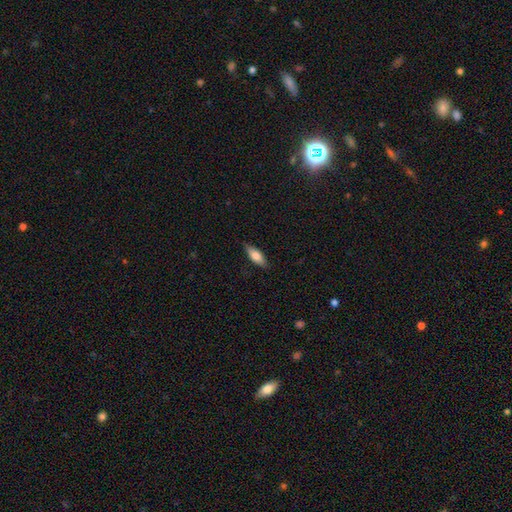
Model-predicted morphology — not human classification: This appears to be a smooth galaxy with no disk features (74%) that is in between round and cigar-shaped (69%). Merging: none (86%).